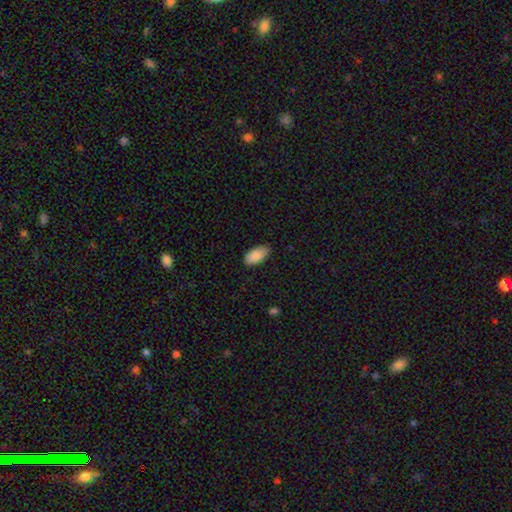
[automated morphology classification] Q: Smooth or featured?
A: smooth (88%); runner-up: star or artifact (6%)
Q: How rounded?
A: in between (95%); runner-up: cigar-shaped (3%)
Q: Merging?
A: none (78%); runner-up: minor disturbance (19%)